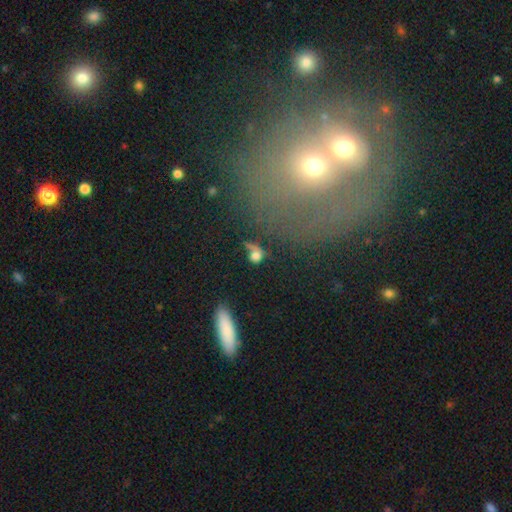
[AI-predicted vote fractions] Smooth or featured? smooth (63%)
How rounded? round (64%)
Merging? none (31%, tied with major disturbance)